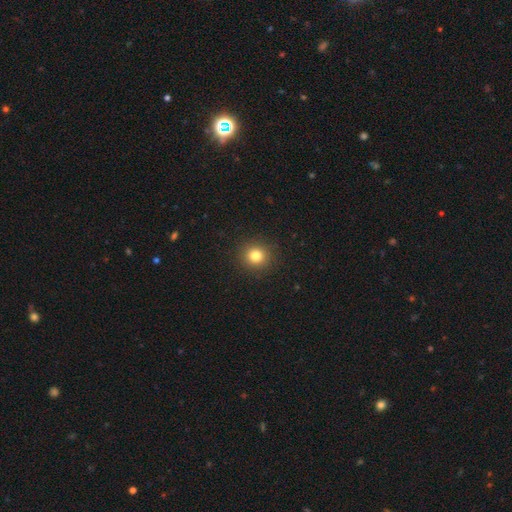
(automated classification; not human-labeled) Smooth or featured?
  - smooth: 81% *
  - star or artifact: 13%
  - featured or disk: 6%
How rounded?
  - round: 91% *
  - in between: 8%
  - cigar-shaped: 1%
Merging?
  - none: 92% *
  - minor disturbance: 5%
  - major disturbance: 2%
  - merger: 1%